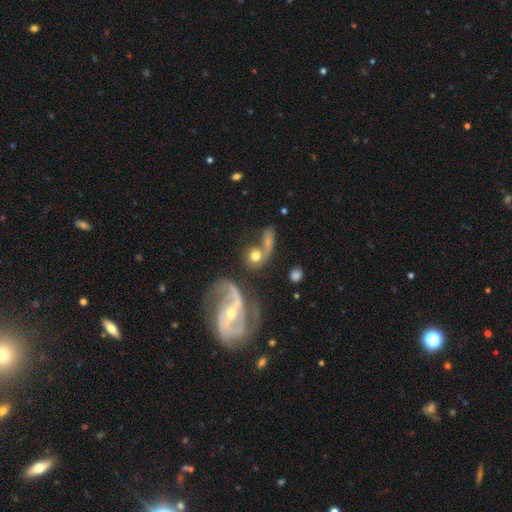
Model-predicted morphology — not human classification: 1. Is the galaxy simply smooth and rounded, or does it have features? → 55% smooth, 35% featured or disk, 10% star or artifact.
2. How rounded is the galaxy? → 76% round, 20% in between, 4% cigar-shaped.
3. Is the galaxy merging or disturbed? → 37% none, 35% merger, 14% major disturbance, 14% minor disturbance.